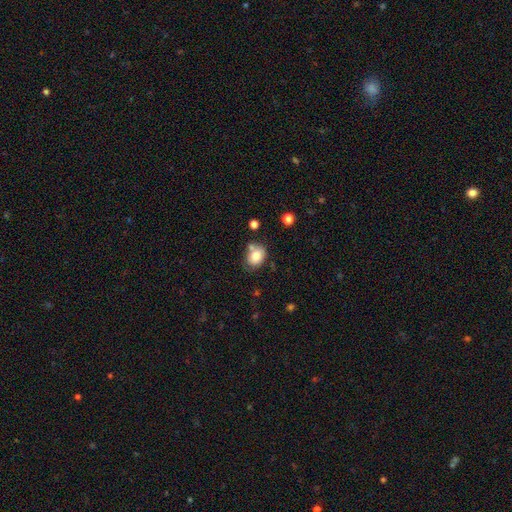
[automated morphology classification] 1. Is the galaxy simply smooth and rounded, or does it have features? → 79% smooth, 12% featured or disk, 9% star or artifact.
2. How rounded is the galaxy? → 63% in between, 36% round, 1% cigar-shaped.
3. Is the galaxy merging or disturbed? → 55% none, 21% minor disturbance, 18% merger, 6% major disturbance.